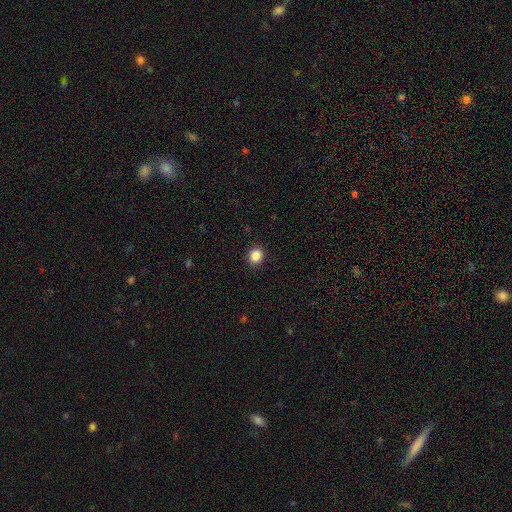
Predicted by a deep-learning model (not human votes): Overall: smooth (86%). How rounded: round (76%). Merging: none (92%).